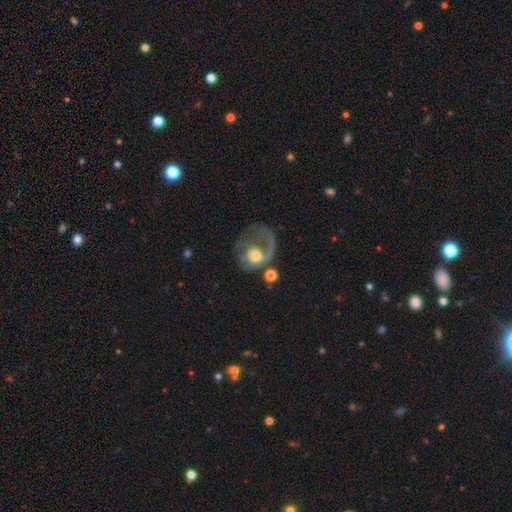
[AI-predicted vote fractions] smooth_or_featured: featured or disk (p=0.65) [alt: smooth p=0.28]
disk_edge_on: no (p=0.97) [alt: yes p=0.03]
bar: no (p=0.78) [alt: weak p=0.19]
has_spiral_arms: yes (p=0.73) [alt: no p=0.27]
bulge_size: moderate (p=0.60) [alt: small p=0.17]
merging: major disturbance (p=0.50) [alt: none p=0.26]